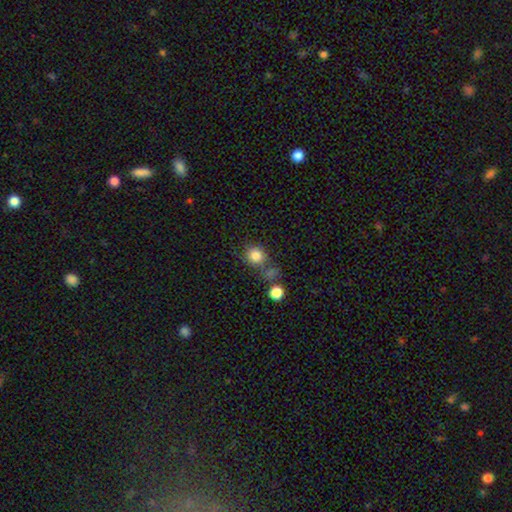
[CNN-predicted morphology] Overall: smooth (83%). How rounded: round (86%). Merging: none (62%).